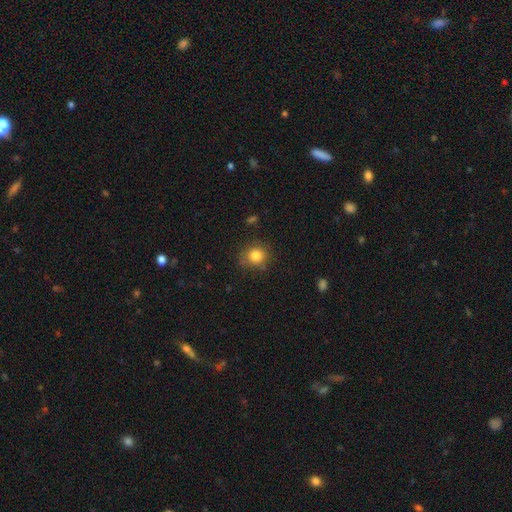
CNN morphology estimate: smooth_or_featured: smooth (p=0.83) [alt: star or artifact p=0.10]
how_rounded: round (p=0.83) [alt: in between p=0.16]
merging: none (p=0.77) [alt: minor disturbance p=0.16]